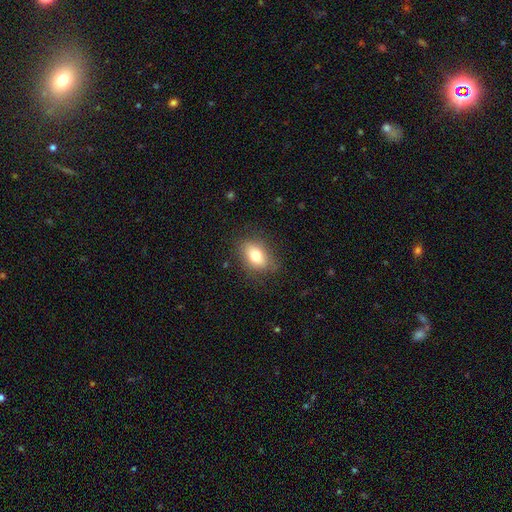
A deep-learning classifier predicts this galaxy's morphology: Smooth or featured: smooth — 77% (featured or disk — 14%)
How rounded: in between — 83% (round — 14%)
Merging: none — 80% (minor disturbance — 15%)